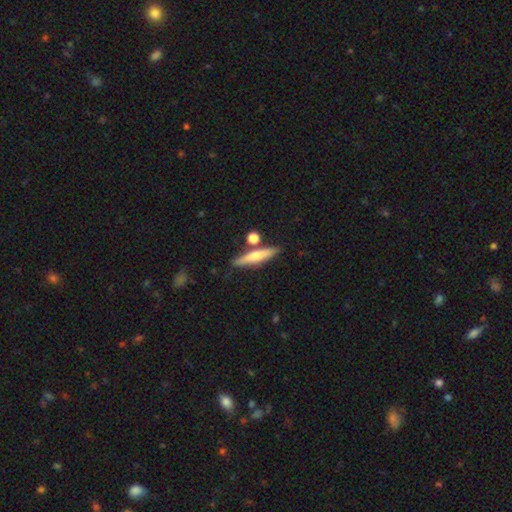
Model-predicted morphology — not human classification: smooth 53%, featured or disk 40%, star or artifact 7%. Down the decision tree: how rounded — cigar-shaped (85%); merging — none (79%).